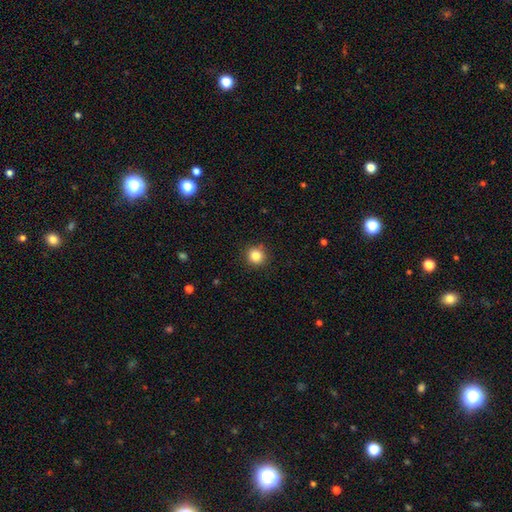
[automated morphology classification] Overall: smooth (84%). How rounded: round (93%). Merging: none (91%).